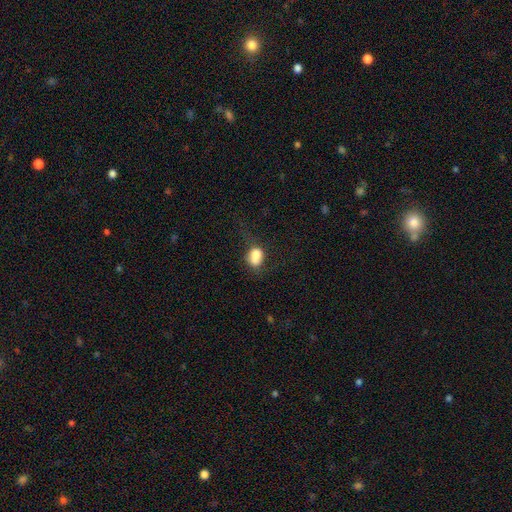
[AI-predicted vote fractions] The model was most divided on "merging": none: 41%, minor disturbance: 27%, major disturbance: 18%, merger: 15%. More confident: smooth or featured — smooth (78%); how rounded — in between (67%).